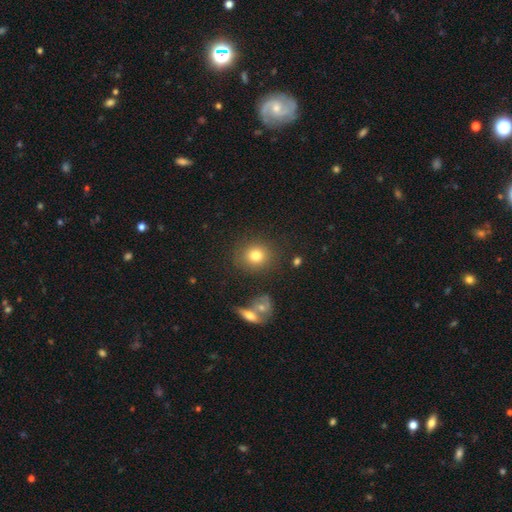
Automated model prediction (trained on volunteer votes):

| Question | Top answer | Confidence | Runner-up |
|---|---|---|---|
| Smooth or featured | smooth | 80% | star or artifact (12%) |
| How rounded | round | 80% | in between (19%) |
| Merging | none | 82% | minor disturbance (10%) |